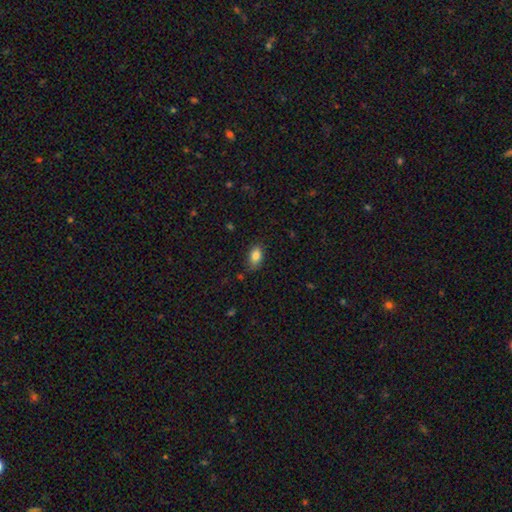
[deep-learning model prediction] Morphology: type=smooth (85%); roundness=in between (90%); merging=none (80%).